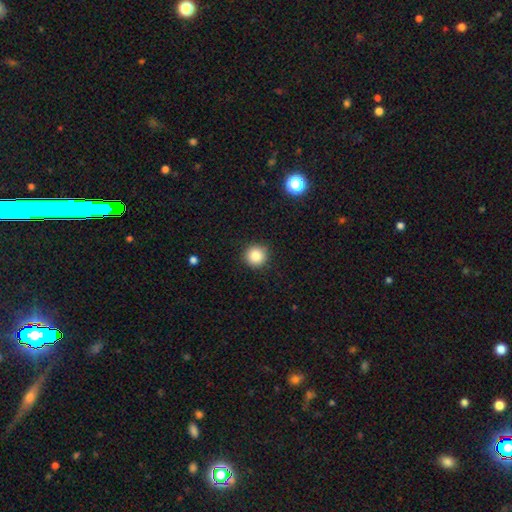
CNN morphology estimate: A smooth galaxy with no disk features (86%) that is round (94%). Merging: none (90%).